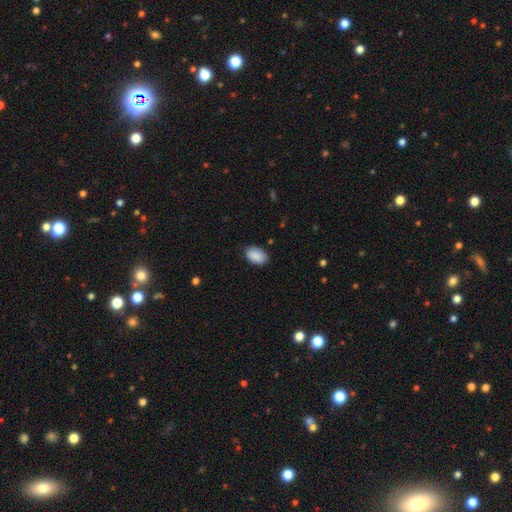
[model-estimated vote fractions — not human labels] smooth-or-featured: smooth: 90% | star or artifact: 6% | featured or disk: 3%
  how-rounded: in between: 89% | round: 10% | cigar-shaped: 1%
  merging: none: 84% | minor disturbance: 13% | major disturbance: 2% | merger: 1%